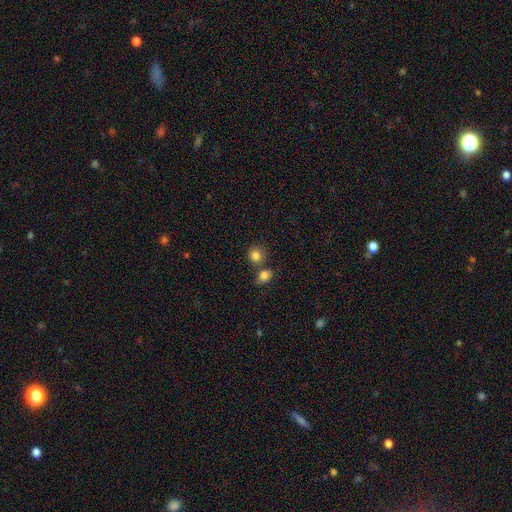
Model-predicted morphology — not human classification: This is clearly a smooth galaxy (83%). How rounded: clearly round (81%). Merging: likely none (61%).